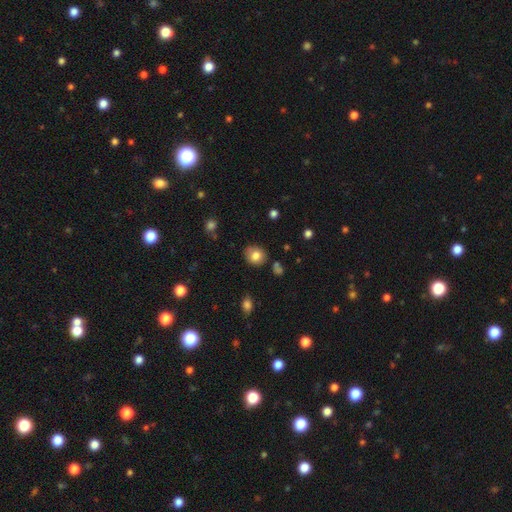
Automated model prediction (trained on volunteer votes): Smooth or featured? smooth (81%)
How rounded? round (75%)
Merging? none (79%)